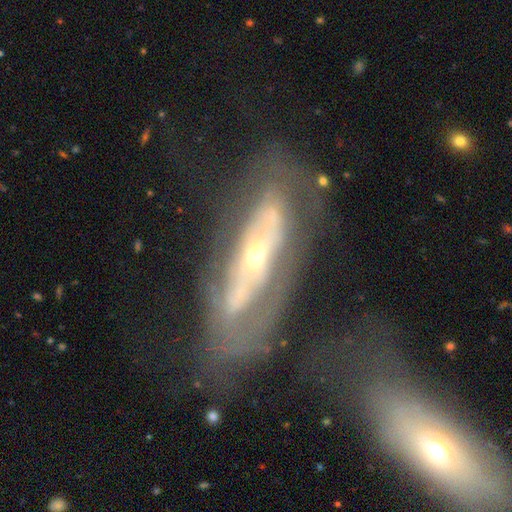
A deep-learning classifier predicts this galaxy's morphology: A featured or disk galaxy (76%) with no bar (69%), spiral arms (52%) and a small central bulge (60%). Merging: none (43%).